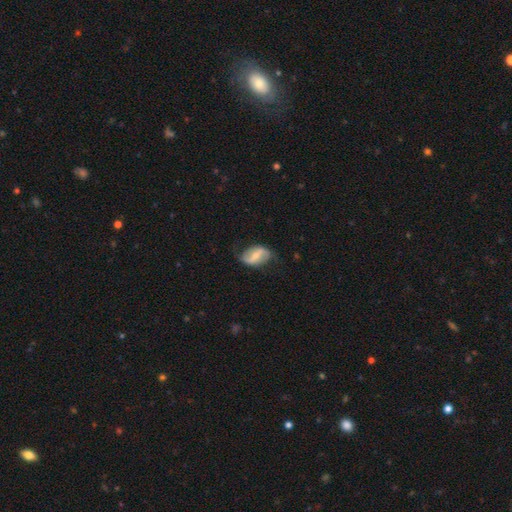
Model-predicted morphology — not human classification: smooth-or-featured: featured or disk: 66% | smooth: 28% | star or artifact: 6%
  disk-edge-on: no: 96% | yes: 4%
    bar: strong: 45% | weak: 38% | no: 17%
    has-spiral-arms: yes: 82% | no: 18%
      spiral-winding: loose: 61% | medium: 27% | tight: 11%
      spiral-arm-count: 2: 88% | can't tell: 7% | 1: 3% | 3: 1% | 4: 1% | more than 4: 1%
    bulge-size: small: 50% | moderate: 39% | none: 7% | large: 3% | dominant: 1%
  merging: none: 68% | minor disturbance: 23% | major disturbance: 8% | merger: 1%